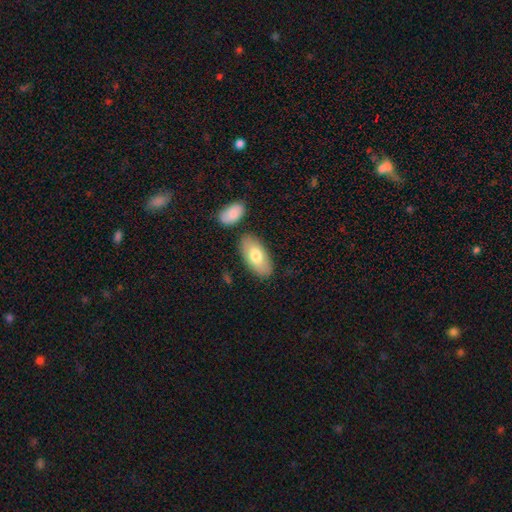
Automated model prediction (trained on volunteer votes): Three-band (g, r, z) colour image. It shows a smooth galaxy with no disk features (74%) that is in between round and cigar-shaped (93%). Merging: none (81%).